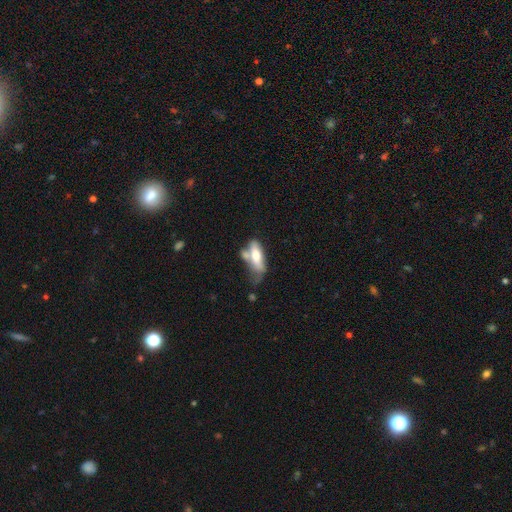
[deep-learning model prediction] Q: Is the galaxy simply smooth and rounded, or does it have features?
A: smooth — 61%.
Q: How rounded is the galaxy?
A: in between — 68%.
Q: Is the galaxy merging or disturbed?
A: merger — 32%.